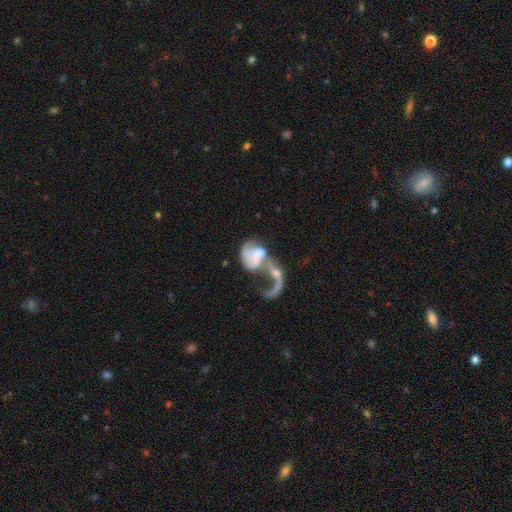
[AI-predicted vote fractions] Smooth or featured: featured or disk — 65% (smooth — 27%)
Edge-on disk: no — 97% (yes — 3%)
Bar: no — 61% (weak — 29%)
Spiral arms: yes — 66% (no — 34%)
Bulge size: moderate — 31% (none — 29%)
Merging: merger — 55% (major disturbance — 29%)